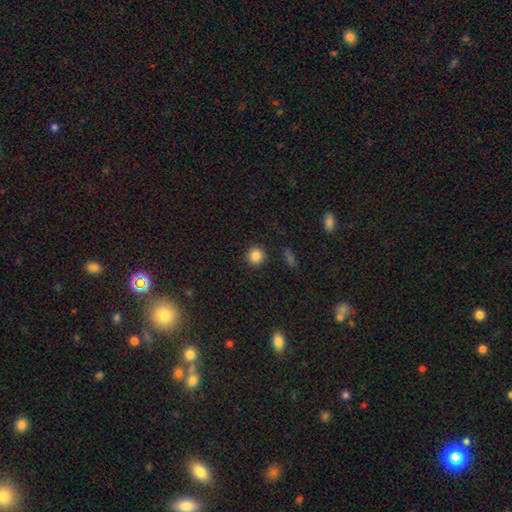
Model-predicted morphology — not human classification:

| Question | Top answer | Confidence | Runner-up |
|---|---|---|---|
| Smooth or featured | smooth | 85% | star or artifact (11%) |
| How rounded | round | 93% | in between (6%) |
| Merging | none | 91% | minor disturbance (6%) |